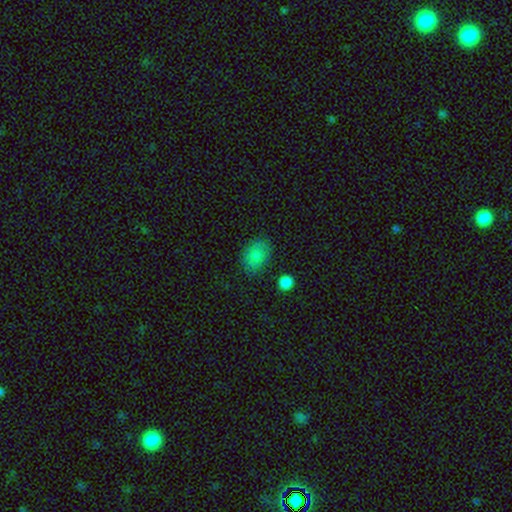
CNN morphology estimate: Overall: smooth (84%). How rounded: in between (76%). Merging: none (80%).